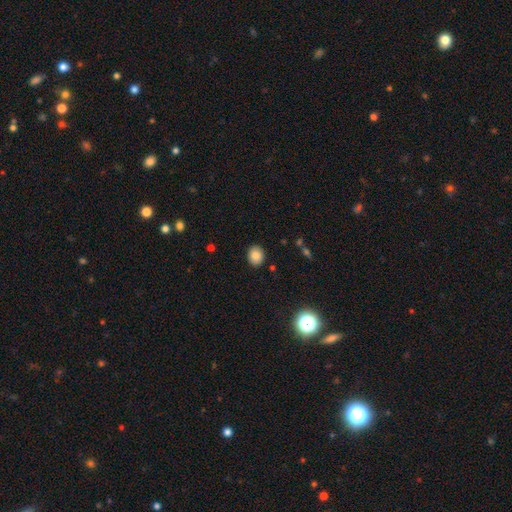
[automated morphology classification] smooth 85%, star or artifact 9%, featured or disk 6%. Down the decision tree: how rounded — round (60%); merging — none (89%).